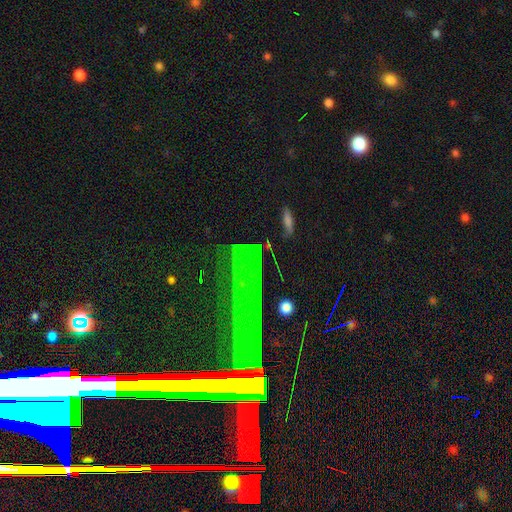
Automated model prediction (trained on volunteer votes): smooth-or-featured: star or artifact: 52% | smooth: 24% | featured or disk: 23%